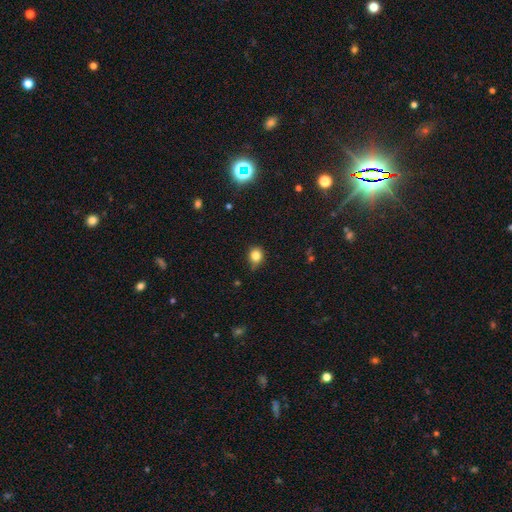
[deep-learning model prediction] A smooth galaxy with no disk features (82%) that is round (73%).

Vote fractions:
- Smooth or featured? smooth: 82% / star or artifact: 12% / featured or disk: 6%
- How rounded? round: 73% / in between: 26% / cigar-shaped: 1%
- Merging? none: 67% / minor disturbance: 27% / major disturbance: 5% / merger: 2%